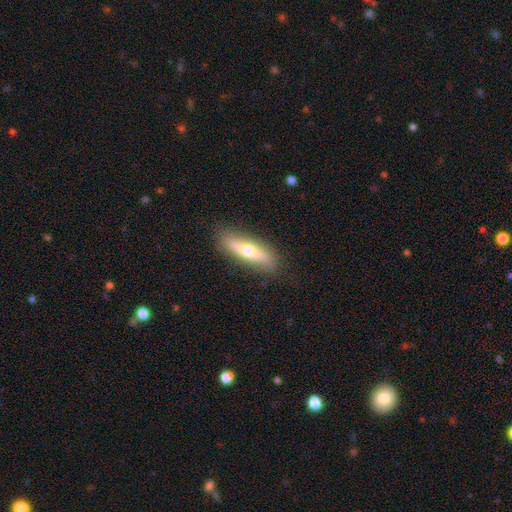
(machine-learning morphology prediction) A smooth galaxy with no disk features (48%).

Vote fractions:
- Smooth or featured? smooth: 48% / featured or disk: 45% / star or artifact: 7%
- Merging? none: 84% / minor disturbance: 12% / major disturbance: 3% / merger: 1%